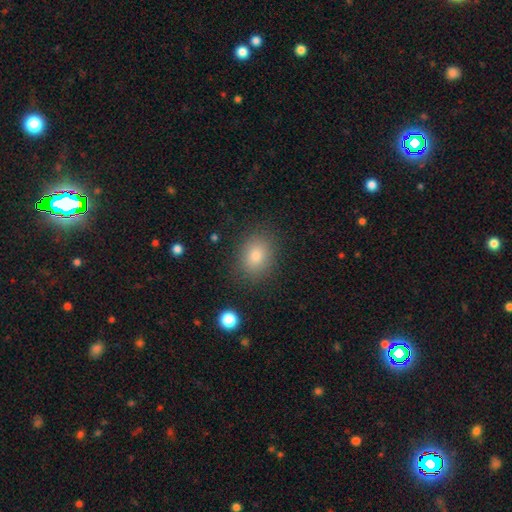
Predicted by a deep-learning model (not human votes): Q: Smooth or featured?
A: smooth (80%); runner-up: star or artifact (12%)
Q: How rounded?
A: in between (53%); runner-up: round (46%)
Q: Merging?
A: none (86%); runner-up: minor disturbance (10%)